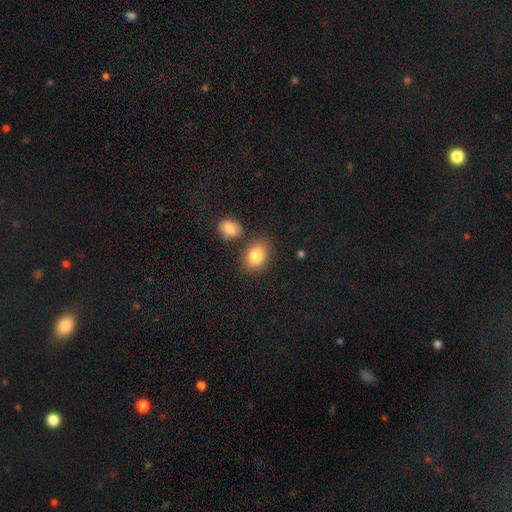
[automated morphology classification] A smooth galaxy with no disk features (84%) that is in between round and cigar-shaped (69%).

Vote fractions:
- Smooth or featured? smooth: 84% / star or artifact: 8% / featured or disk: 8%
- How rounded? in between: 69% / round: 30% / cigar-shaped: 1%
- Merging? none: 73% / minor disturbance: 12% / merger: 11% / major disturbance: 4%